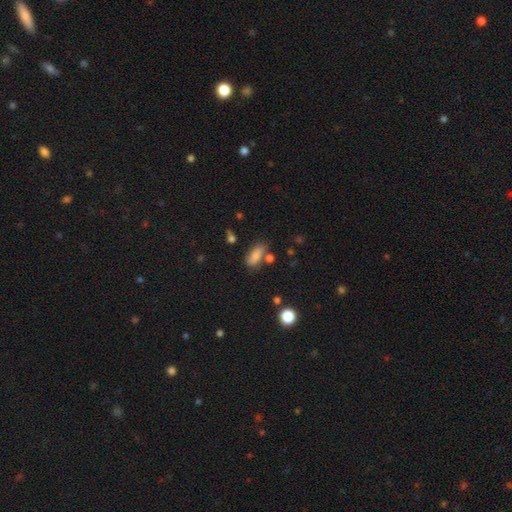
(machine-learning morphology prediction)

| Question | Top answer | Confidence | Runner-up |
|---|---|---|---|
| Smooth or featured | smooth | 78% | featured or disk (12%) |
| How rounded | in between | 81% | cigar-shaped (15%) |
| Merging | none | 60% | minor disturbance (21%) |